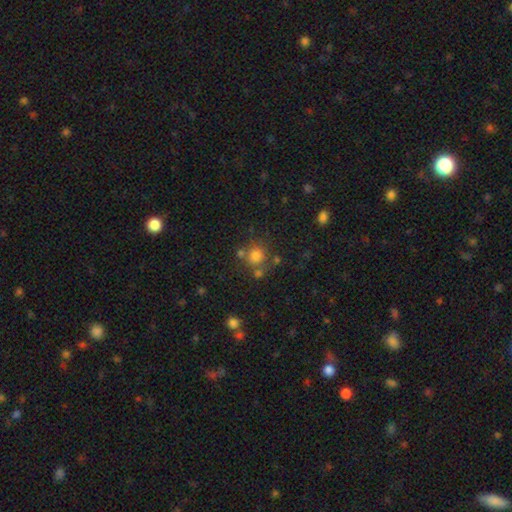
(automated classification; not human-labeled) Q: Smooth or featured?
A: smooth (75%); runner-up: star or artifact (16%)
Q: How rounded?
A: round (88%); runner-up: in between (11%)
Q: Merging?
A: none (65%); runner-up: merger (17%)